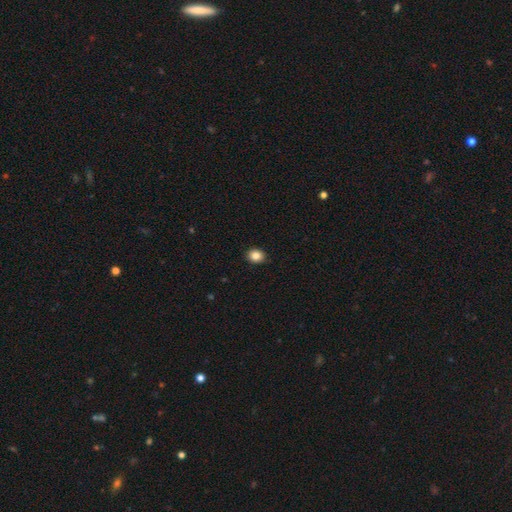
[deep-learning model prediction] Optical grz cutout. It shows a smooth galaxy with no disk features (85%) that is round (65%). Merging: none (91%).